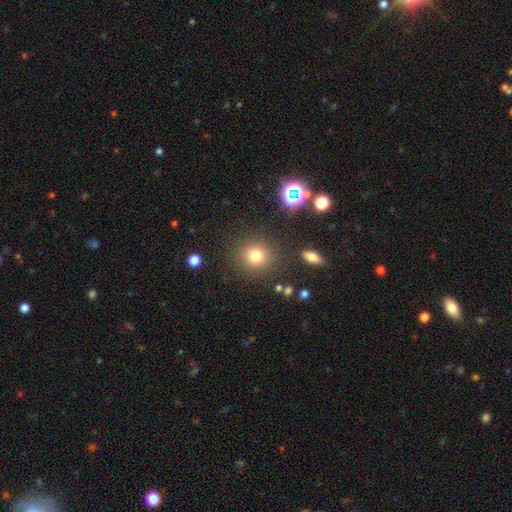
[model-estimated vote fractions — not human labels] Smooth or featured? smooth (77%)
How rounded? round (90%)
Merging? none (86%)